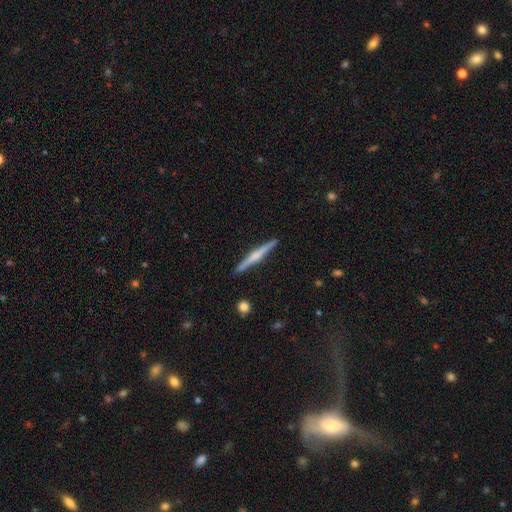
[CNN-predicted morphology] Overall: featured or disk (68%). Edge-on disk: yes (98%). Edge-on bulge: rounded (68%). Merging: none (92%).